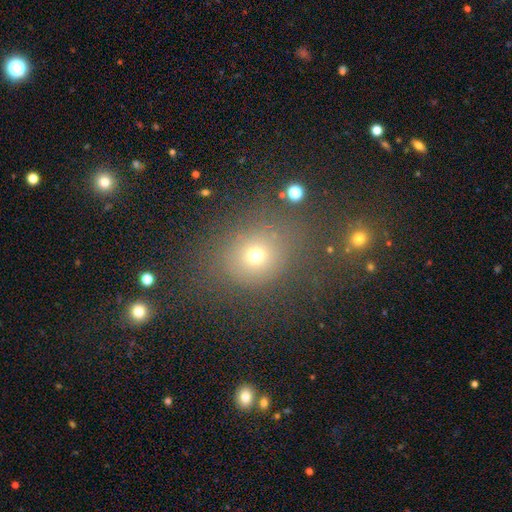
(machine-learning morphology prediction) type=smooth (64%); roundness=round (71%); merging=none (78%).